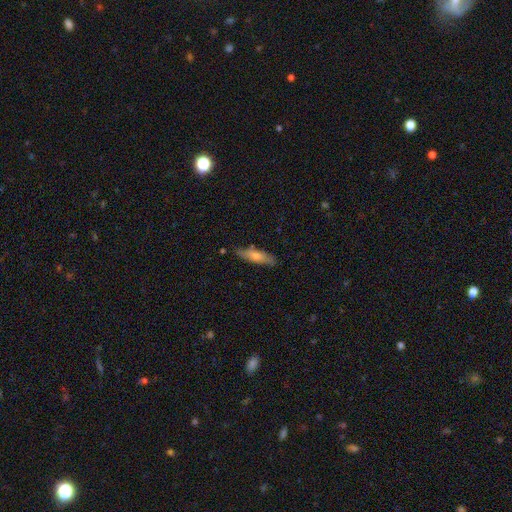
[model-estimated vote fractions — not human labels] smooth-or-featured: smooth: 65% | featured or disk: 29% | star or artifact: 6%
  how-rounded: cigar-shaped: 67% | in between: 31% | round: 2%
  merging: none: 76% | minor disturbance: 18% | major disturbance: 3% | merger: 3%